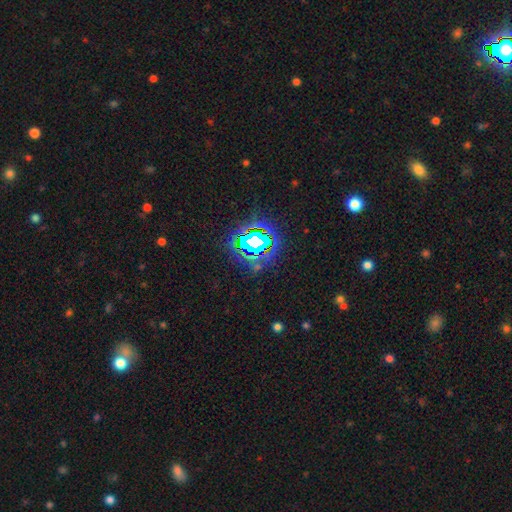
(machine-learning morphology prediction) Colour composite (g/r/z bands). It shows a star or artifact, not a galaxy (82%).